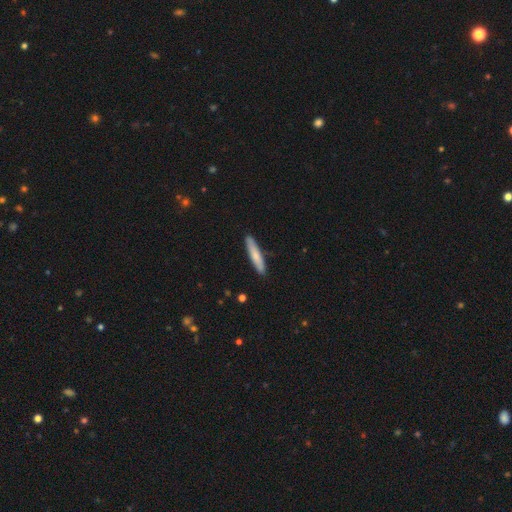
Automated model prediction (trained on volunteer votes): This appears to be a smooth galaxy with no disk features (73%) that is cigar-shaped (89%). Merging: none (87%).